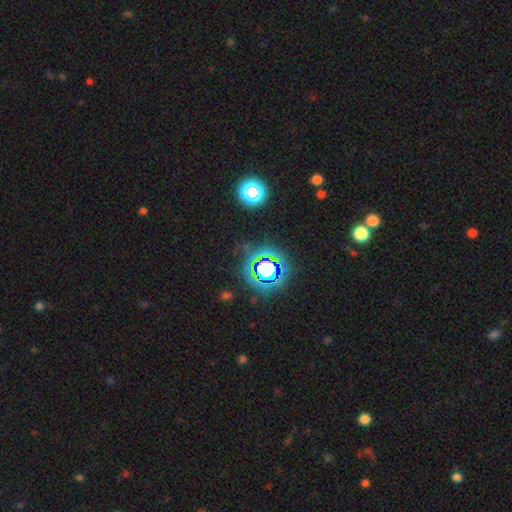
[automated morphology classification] Overall: star or artifact (80%).